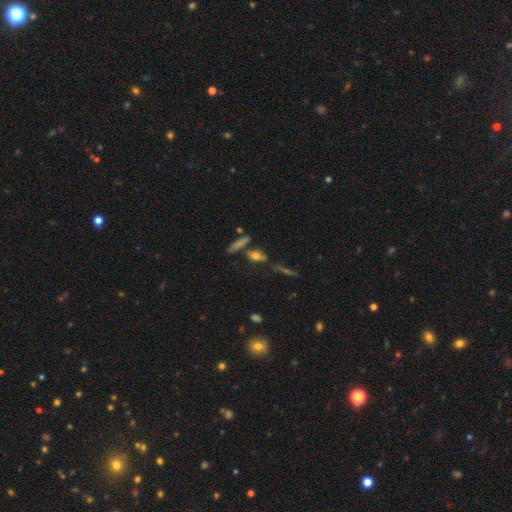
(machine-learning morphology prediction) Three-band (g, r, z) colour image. It shows a smooth galaxy with no disk features (51%) that is cigar-shaped (46%). Merging: none (68%).